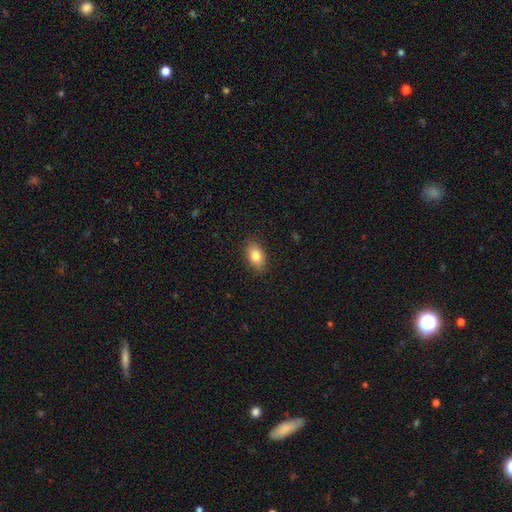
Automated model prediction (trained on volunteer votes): A smooth galaxy with no disk features (82%) that is in between round and cigar-shaped (89%).

Vote fractions:
- Smooth or featured? smooth: 82% / featured or disk: 10% / star or artifact: 8%
- How rounded? in between: 89% / round: 7% / cigar-shaped: 3%
- Merging? none: 87% / minor disturbance: 9% / major disturbance: 2% / merger: 1%